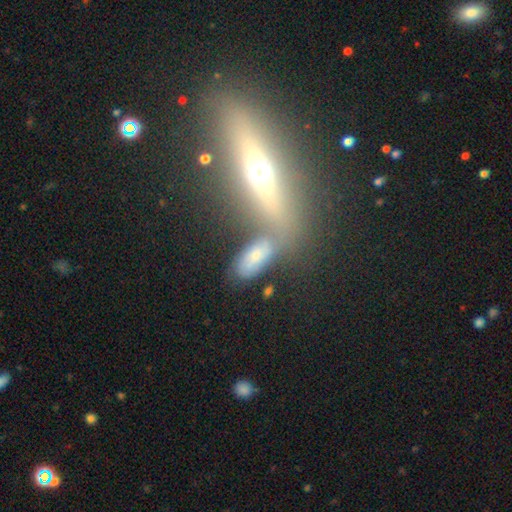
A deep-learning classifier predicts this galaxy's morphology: Smooth or featured?
  - smooth: 58% *
  - featured or disk: 28%
  - star or artifact: 14%
How rounded?
  - in between: 78% *
  - cigar-shaped: 16%
  - round: 6%
Merging?
  - none: 49% *
  - merger: 27%
  - minor disturbance: 15%
  - major disturbance: 9%